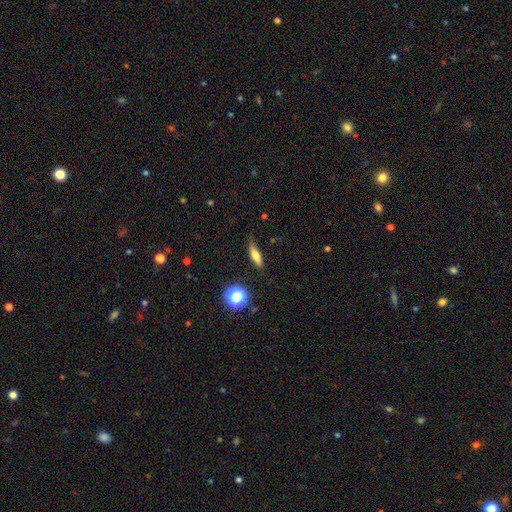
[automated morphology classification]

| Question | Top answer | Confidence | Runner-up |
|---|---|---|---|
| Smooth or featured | smooth | 68% | featured or disk (21%) |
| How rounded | cigar-shaped | 58% | in between (36%) |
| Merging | none | 76% | minor disturbance (18%) |